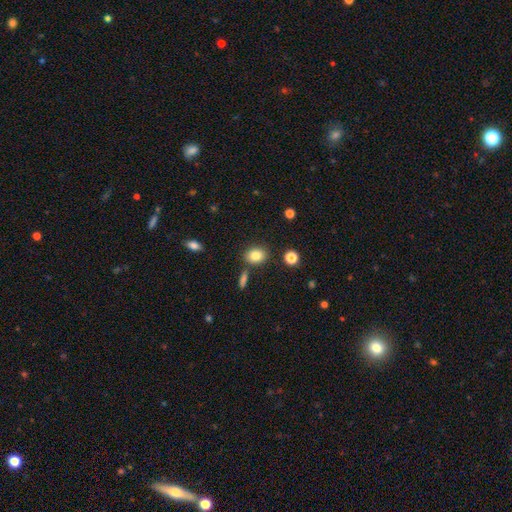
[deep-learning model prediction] Smooth or featured? Predicted: smooth (p=0.83). How rounded? Predicted: in between (p=0.54). Merging? Predicted: none (p=0.79).